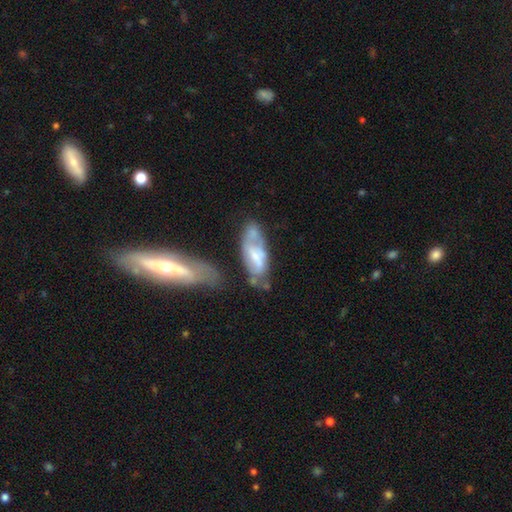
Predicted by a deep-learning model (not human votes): A featured or disk galaxy (58%).

Vote fractions:
- Smooth or featured? featured or disk: 58% / smooth: 35% / star or artifact: 7%
- Edge-on disk? no: 84% / yes: 16%
- Merging? none: 41% / minor disturbance: 24% / merger: 21% / major disturbance: 15%